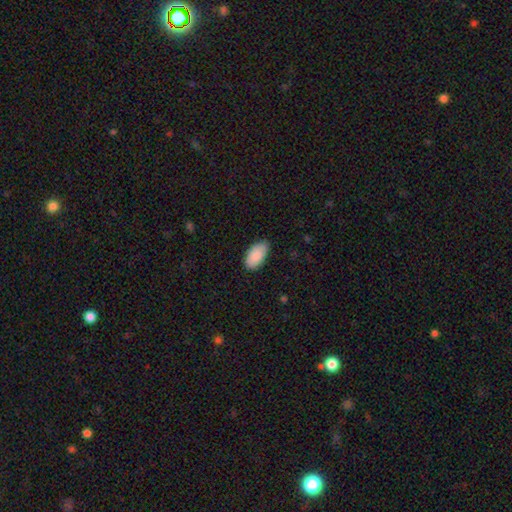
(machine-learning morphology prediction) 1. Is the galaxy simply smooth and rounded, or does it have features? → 89% smooth, 6% star or artifact, 5% featured or disk.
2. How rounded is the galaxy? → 95% in between, 3% cigar-shaped, 2% round.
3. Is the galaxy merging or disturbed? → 81% none, 16% minor disturbance, 2% major disturbance, 1% merger.